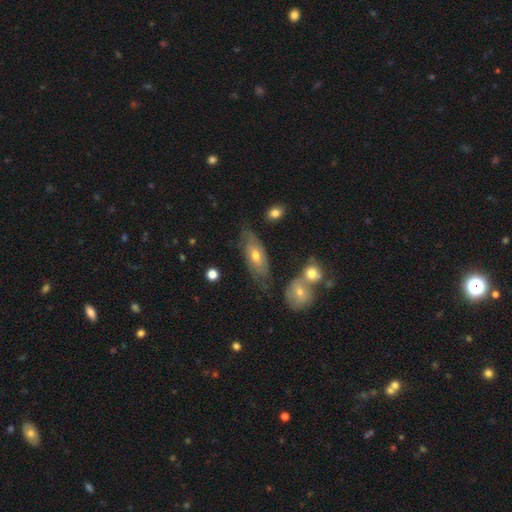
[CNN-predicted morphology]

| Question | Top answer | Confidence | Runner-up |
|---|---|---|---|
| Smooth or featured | featured or disk | 51% | smooth (42%) |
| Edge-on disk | no | 79% | yes (21%) |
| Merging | none | 58% | minor disturbance (26%) |